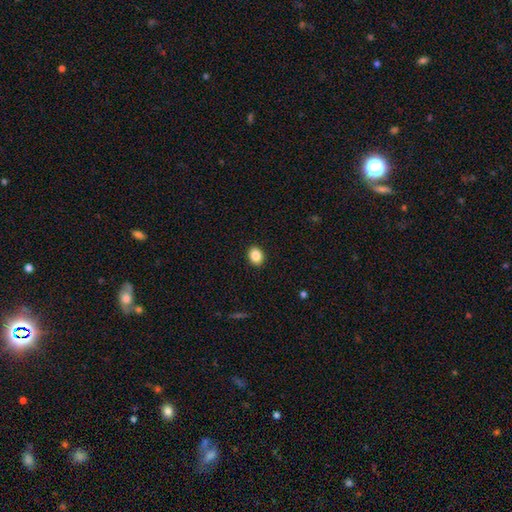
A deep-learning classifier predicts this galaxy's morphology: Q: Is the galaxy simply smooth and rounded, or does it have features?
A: smooth — 87%.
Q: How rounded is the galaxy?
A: in between — 56%.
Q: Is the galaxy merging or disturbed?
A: none — 91%.